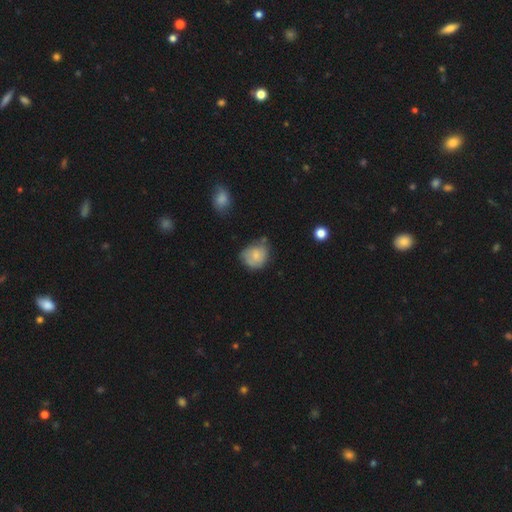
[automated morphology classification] Smooth or featured? Predicted: smooth (p=0.72). How rounded? Predicted: round (p=0.65). Merging? Predicted: none (p=0.50).